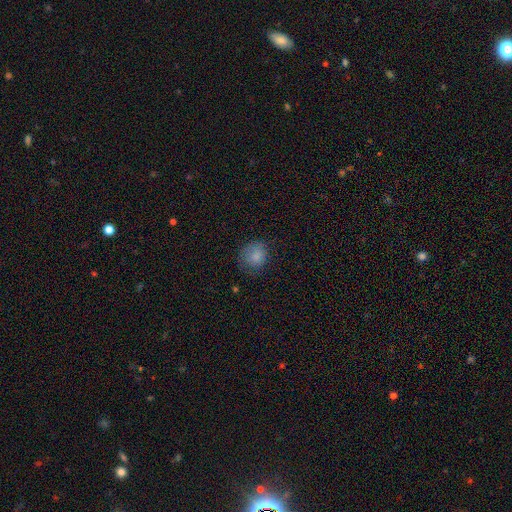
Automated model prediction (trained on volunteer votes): A smooth galaxy with no disk features (81%) that is round (78%). Merging: none (64%).